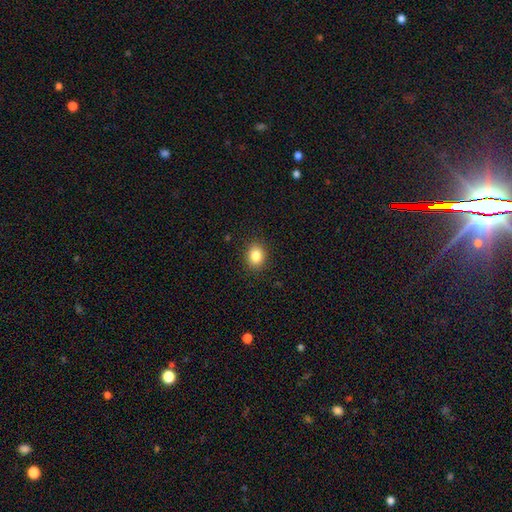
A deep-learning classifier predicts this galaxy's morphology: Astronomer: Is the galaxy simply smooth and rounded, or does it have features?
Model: smooth — 85%.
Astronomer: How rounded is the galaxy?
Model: round — 51% (runner-up: in between, 49%).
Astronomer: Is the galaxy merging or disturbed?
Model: none — 89%.